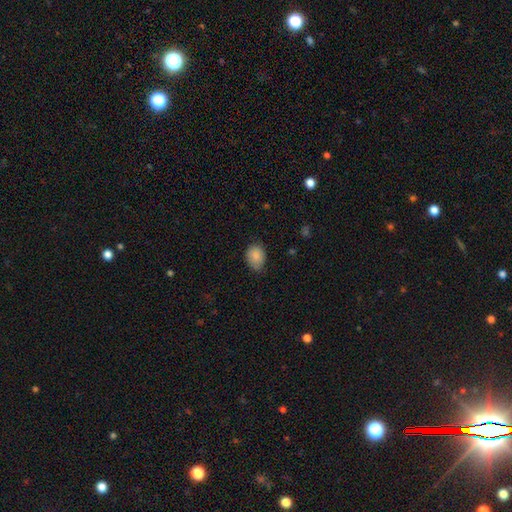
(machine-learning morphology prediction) Smooth or featured: smooth — 86% (star or artifact — 7%)
How rounded: in between — 69% (round — 30%)
Merging: none — 65% (minor disturbance — 29%)